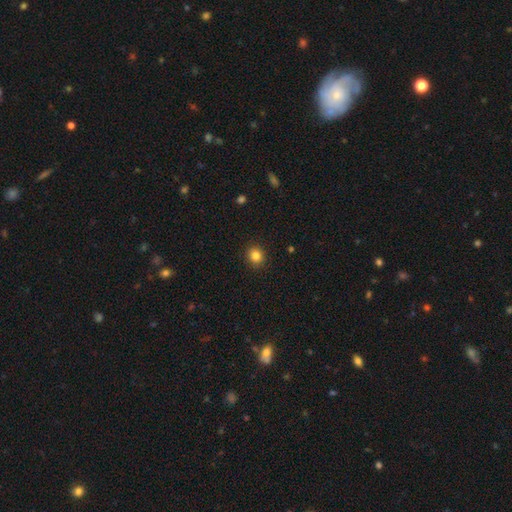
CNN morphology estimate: smooth_or_featured: smooth (p=0.84) [alt: star or artifact p=0.11]
how_rounded: round (p=0.80) [alt: in between p=0.19]
merging: none (p=0.91) [alt: minor disturbance p=0.06]